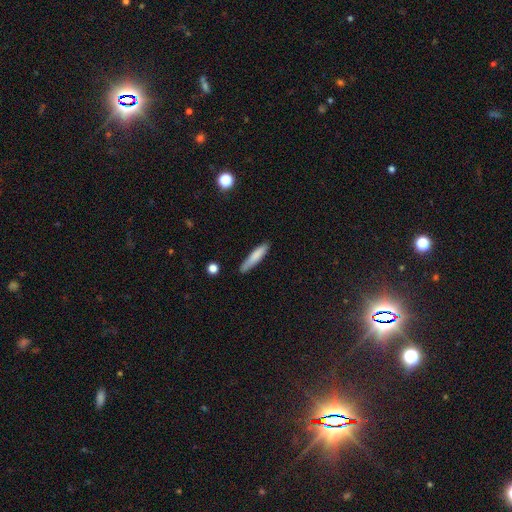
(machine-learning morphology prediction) smooth-or-featured: smooth: 79% | featured or disk: 15% | star or artifact: 7%
  how-rounded: cigar-shaped: 87% | in between: 12% | round: 1%
  merging: none: 81% | minor disturbance: 15% | major disturbance: 3% | merger: 2%